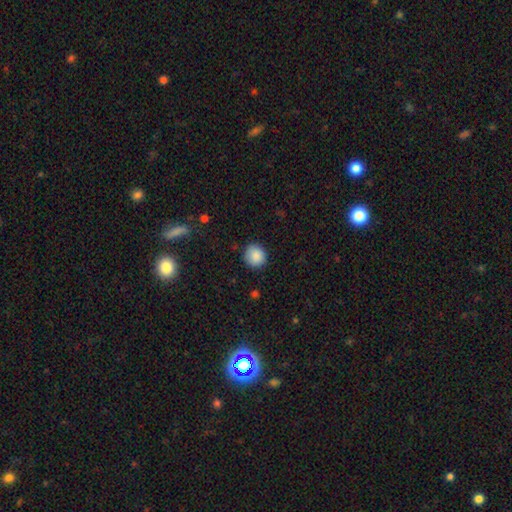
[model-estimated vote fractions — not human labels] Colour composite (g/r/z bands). It shows a smooth galaxy with no disk features (88%) that is round (86%). Merging: none (85%).